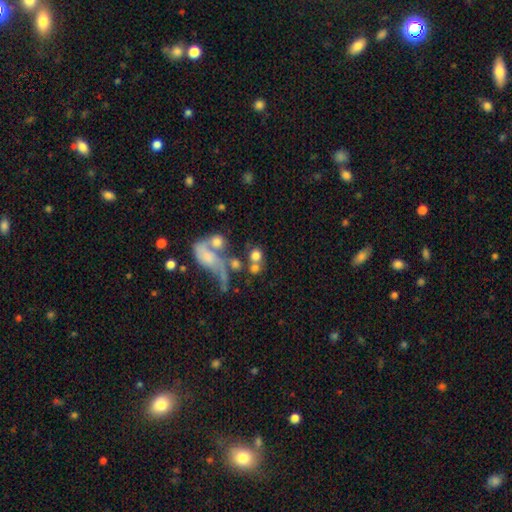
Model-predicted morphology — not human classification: This is likely a smooth galaxy (70%). How rounded: likely round (75%). Merging: marginally merger (42%).